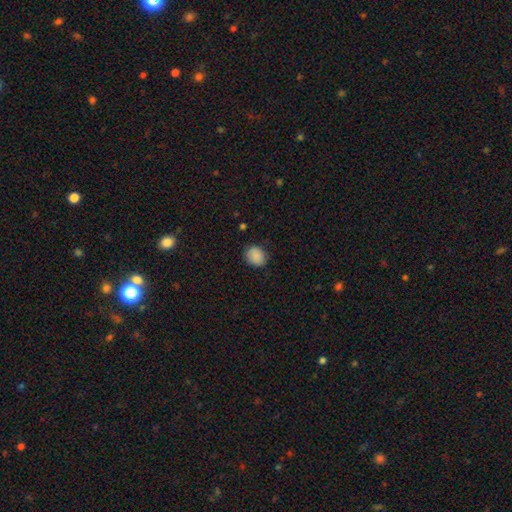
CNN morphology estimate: Smooth or featured? smooth (88%)
How rounded? round (59%)
Merging? none (82%)